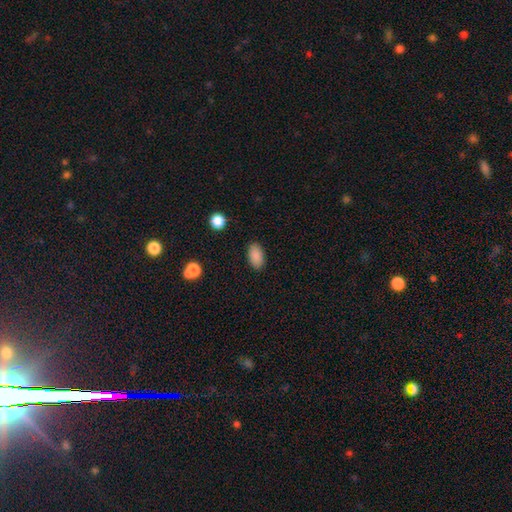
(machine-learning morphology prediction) Smooth or featured: smooth — 88% (star or artifact — 8%)
How rounded: in between — 92% (round — 6%)
Merging: none — 88% (minor disturbance — 9%)